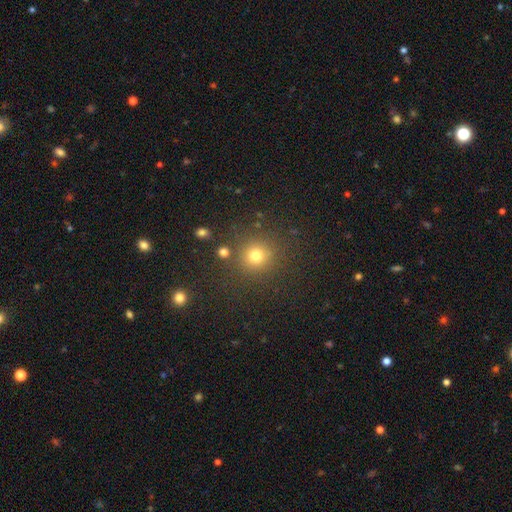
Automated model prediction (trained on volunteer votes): Overall: smooth (75%). How rounded: round (92%). Merging: none (84%).